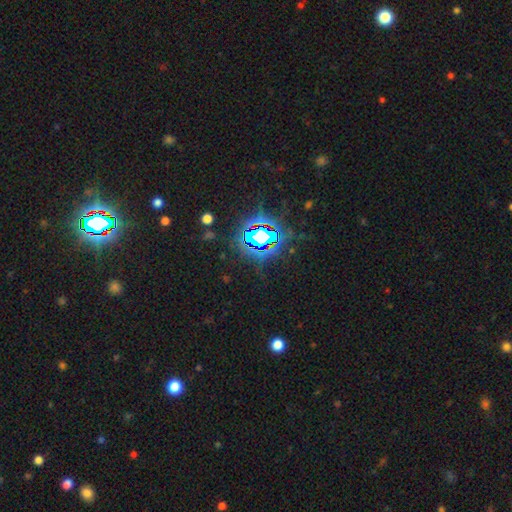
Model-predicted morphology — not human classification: Smooth or featured? Predicted: star or artifact (p=0.84).